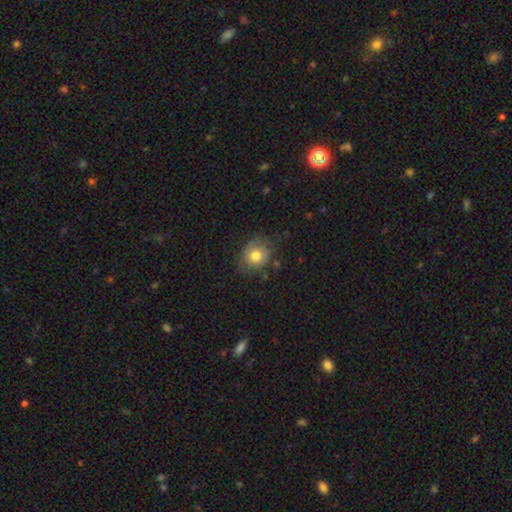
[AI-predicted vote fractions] This is likely a smooth galaxy (76%). How rounded: likely round (73%). Merging: likely none (72%).